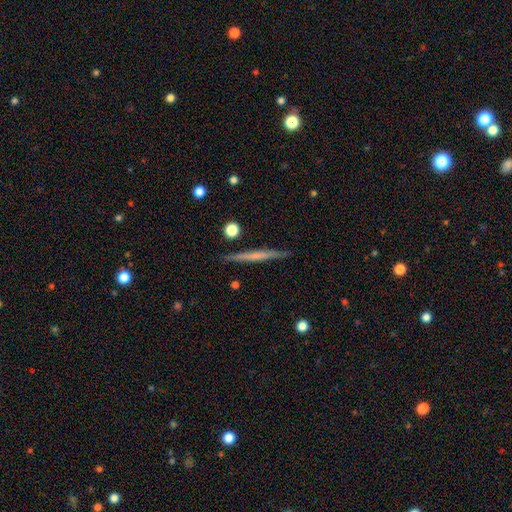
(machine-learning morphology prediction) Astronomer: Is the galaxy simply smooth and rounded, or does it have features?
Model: featured or disk — 55% (runner-up: smooth, 40%).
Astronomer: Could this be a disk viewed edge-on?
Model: yes — 97%.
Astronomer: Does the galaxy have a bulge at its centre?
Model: none — 77%.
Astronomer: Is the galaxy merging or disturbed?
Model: none — 91%.